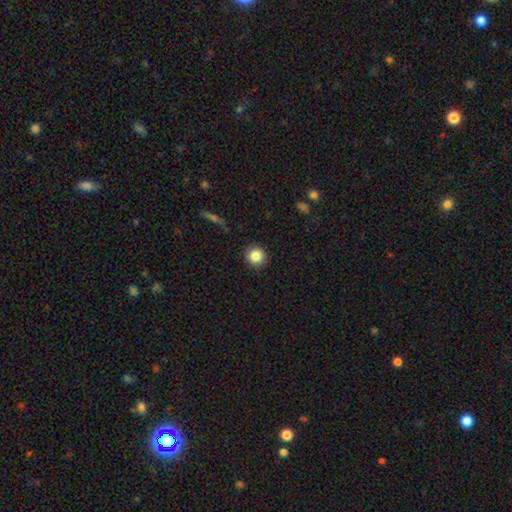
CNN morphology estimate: A smooth galaxy with no disk features (84%) that is round (93%).

Vote fractions:
- Smooth or featured? smooth: 84% / star or artifact: 10% / featured or disk: 6%
- How rounded? round: 93% / in between: 6% / cigar-shaped: 1%
- Merging? none: 90% / minor disturbance: 7% / major disturbance: 2% / merger: 1%